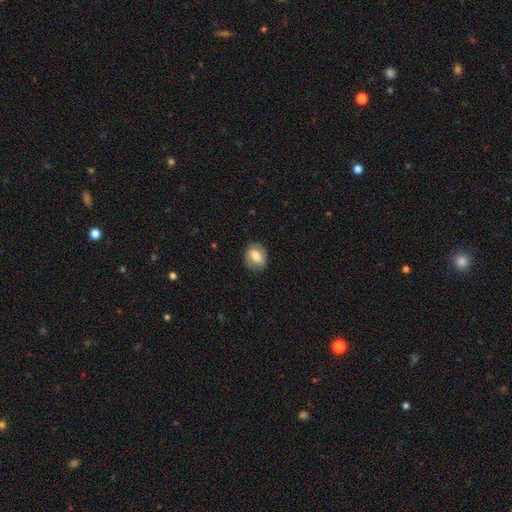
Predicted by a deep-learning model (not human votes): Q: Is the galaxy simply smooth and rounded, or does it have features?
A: smooth — 54%.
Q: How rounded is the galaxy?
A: in between — 66%.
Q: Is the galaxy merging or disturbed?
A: none — 78%.